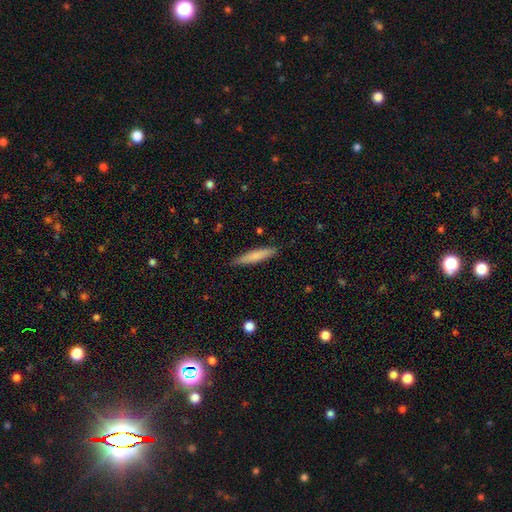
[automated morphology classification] Q: Smooth or featured?
A: smooth (72%); runner-up: featured or disk (22%)
Q: How rounded?
A: cigar-shaped (89%); runner-up: in between (10%)
Q: Merging?
A: none (87%); runner-up: minor disturbance (10%)